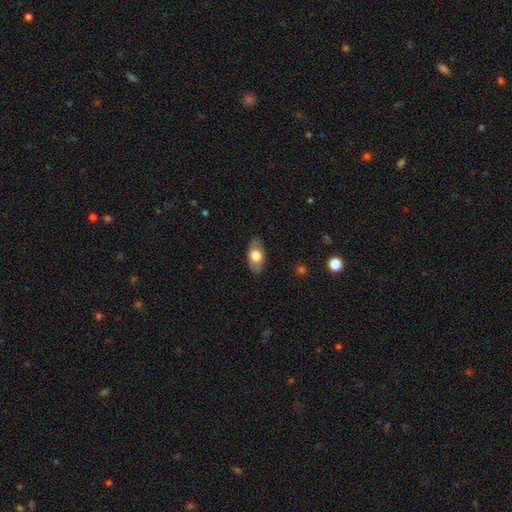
This is likely a smooth galaxy (77%). How rounded: clearly in between (90%). Merging: clearly none (86%).